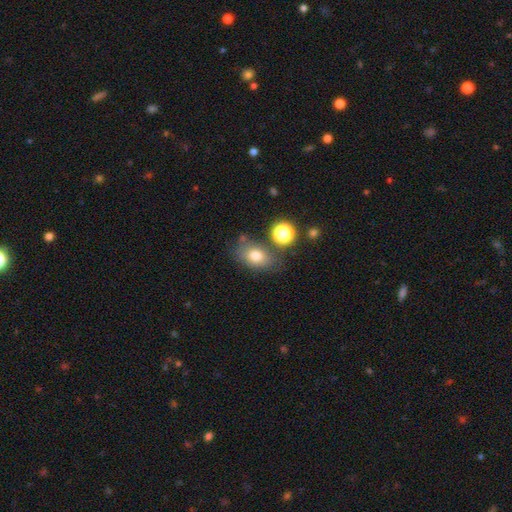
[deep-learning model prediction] The model was most divided on "merging": none: 64%, minor disturbance: 19%, merger: 10%, major disturbance: 7%. More confident: smooth or featured — smooth (77%); how rounded — in between (75%).